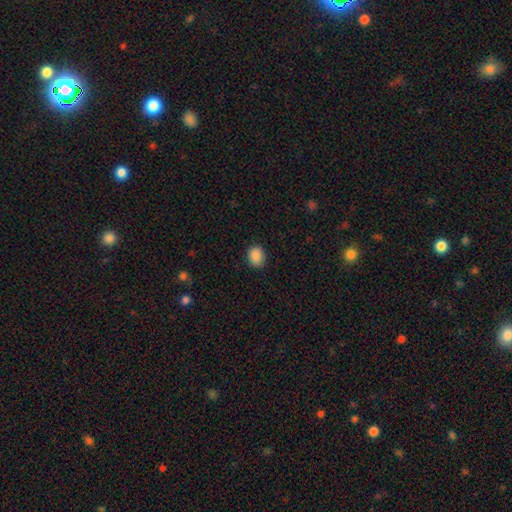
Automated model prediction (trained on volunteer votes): This appears to be a smooth galaxy with no disk features (89%) that is in between round and cigar-shaped (52%). Merging: none (88%).